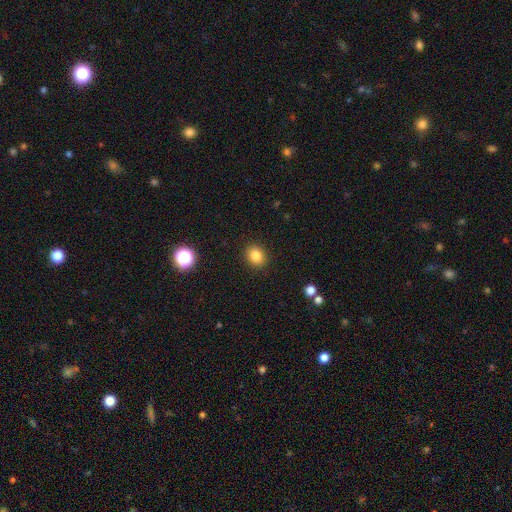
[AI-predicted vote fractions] This appears to be a smooth galaxy with no disk features (83%) that is round (64%). Merging: none (90%).